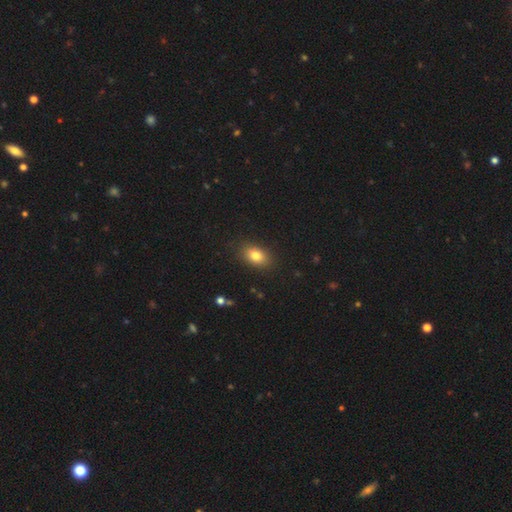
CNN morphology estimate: Smooth or featured? smooth (81%)
How rounded? in between (82%)
Merging? none (86%)